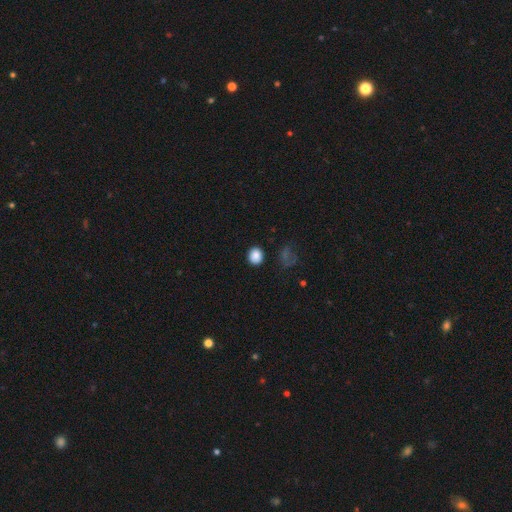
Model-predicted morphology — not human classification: Overall: smooth (86%). How rounded: round (72%). Merging: none (87%).